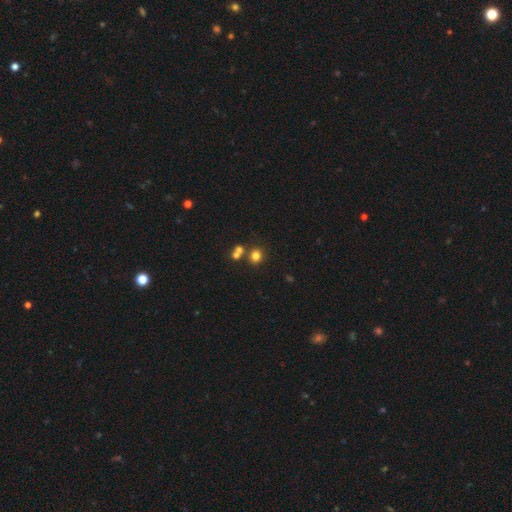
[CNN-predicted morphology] This is likely a smooth galaxy (77%). How rounded: likely round (79%). Merging: likely none (64%).